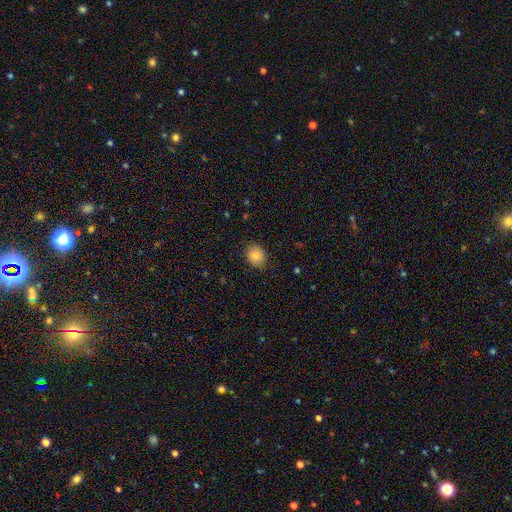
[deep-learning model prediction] Smooth or featured?
  - smooth: 82% *
  - star or artifact: 9%
  - featured or disk: 9%
How rounded?
  - round: 63% *
  - in between: 36%
  - cigar-shaped: 1%
Merging?
  - none: 84% *
  - minor disturbance: 12%
  - major disturbance: 3%
  - merger: 1%